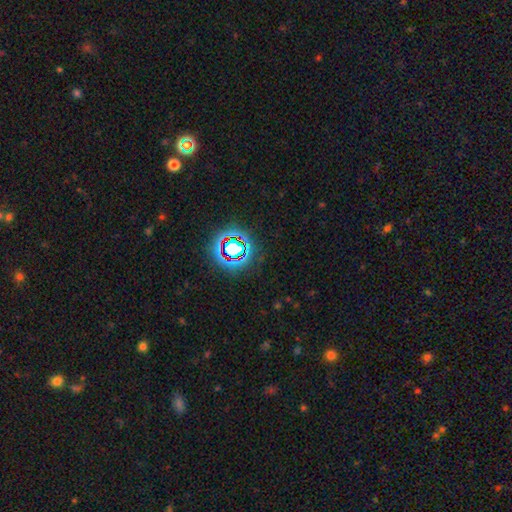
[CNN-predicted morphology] A star or artifact, not a galaxy (75%).

Vote fractions:
- Smooth or featured? star or artifact: 75% / smooth: 15% / featured or disk: 9%